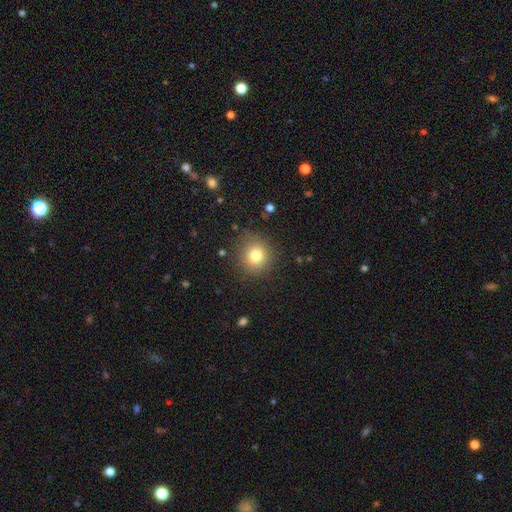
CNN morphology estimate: Q: Smooth or featured?
A: smooth (79%); runner-up: star or artifact (12%)
Q: How rounded?
A: round (89%); runner-up: in between (10%)
Q: Merging?
A: none (85%); runner-up: minor disturbance (10%)